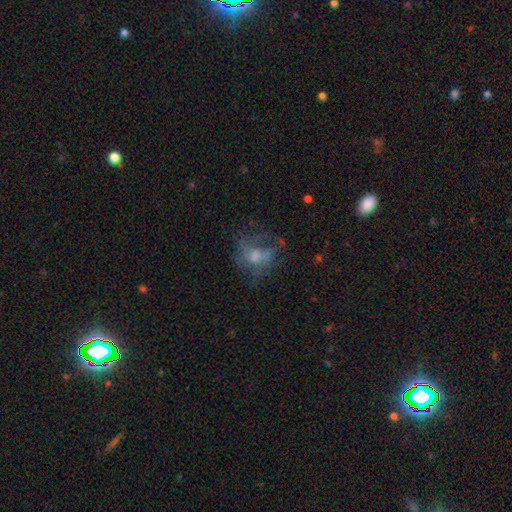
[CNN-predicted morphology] The model was most divided on "smooth or featured": featured or disk: 47%, smooth: 35%, star or artifact: 18%. Remaining: merging — none (47%).